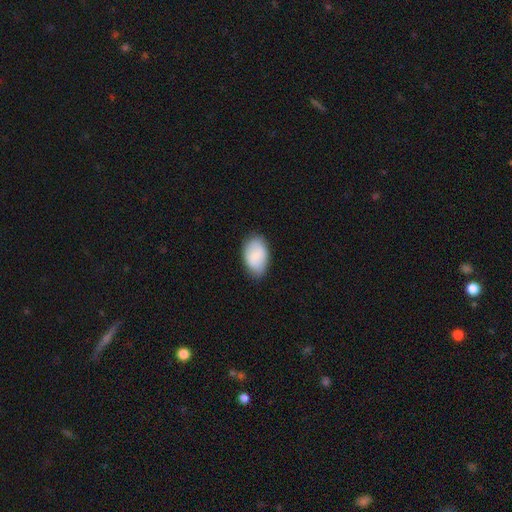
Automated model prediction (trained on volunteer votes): Overall: smooth (84%). How rounded: in between (91%). Merging: none (79%).